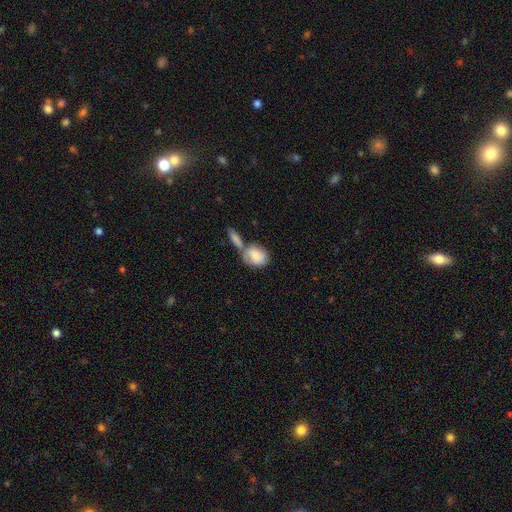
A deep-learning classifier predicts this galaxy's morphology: type=smooth (78%); roundness=in between (55%); merging=merger (52%).